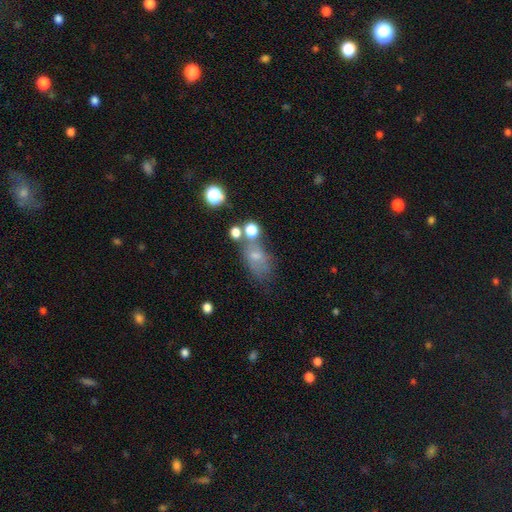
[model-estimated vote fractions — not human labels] Q: Smooth or featured?
A: smooth (58%); runner-up: featured or disk (24%)
Q: How rounded?
A: in between (77%); runner-up: round (19%)
Q: Merging?
A: none (42%); runner-up: minor disturbance (21%)